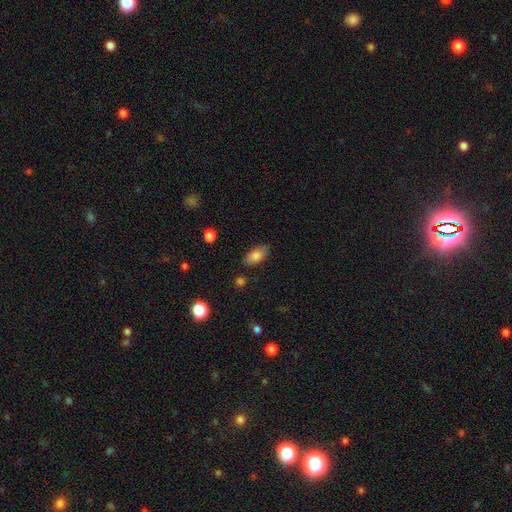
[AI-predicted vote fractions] Overall: smooth (82%). How rounded: in between (90%). Merging: none (82%).